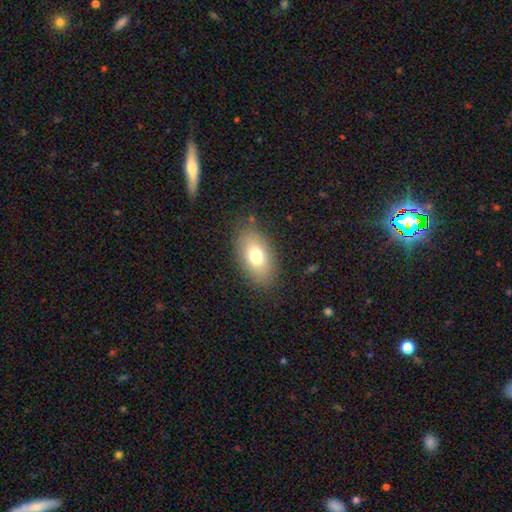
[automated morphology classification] The model was most divided on "smooth or featured": smooth: 74%, featured or disk: 16%, star or artifact: 9%. More confident: how rounded — in between (89%); merging — none (82%).